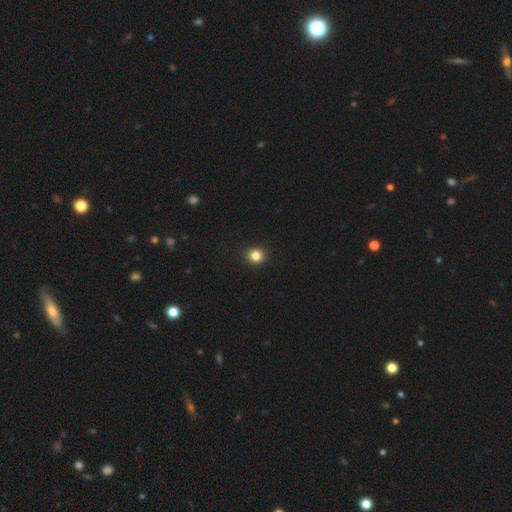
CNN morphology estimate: A smooth galaxy with no disk features (84%) that is round (87%).

Vote fractions:
- Smooth or featured? smooth: 84% / star or artifact: 12% / featured or disk: 4%
- How rounded? round: 87% / in between: 12% / cigar-shaped: 1%
- Merging? none: 92% / minor disturbance: 6% / major disturbance: 2% / merger: 1%